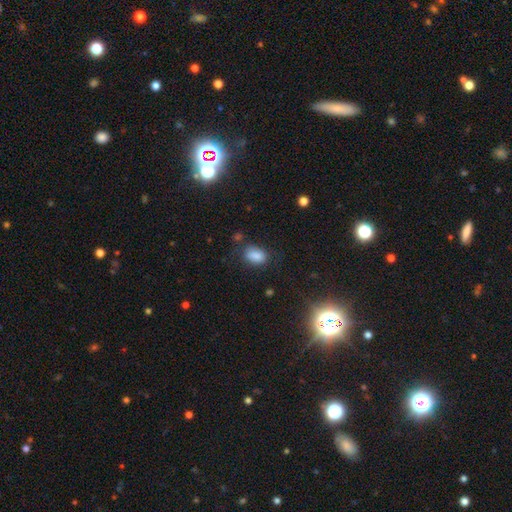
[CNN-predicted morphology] smooth 82%, star or artifact 11%, featured or disk 7%. Down the decision tree: how rounded — in between (83%); merging — none (67%).